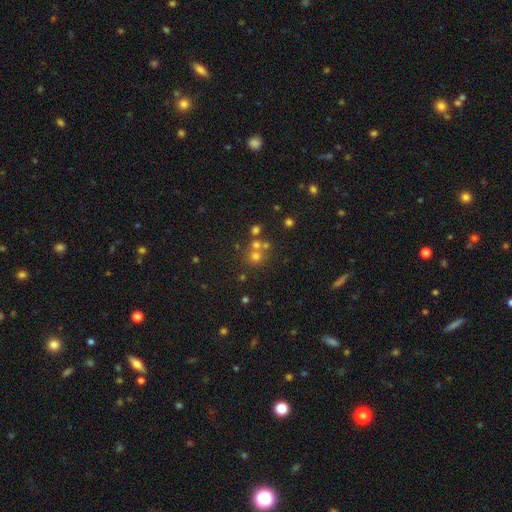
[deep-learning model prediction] Smooth or featured: smooth — 48% (star or artifact — 37%)
Merging: none — 57% (merger — 31%)